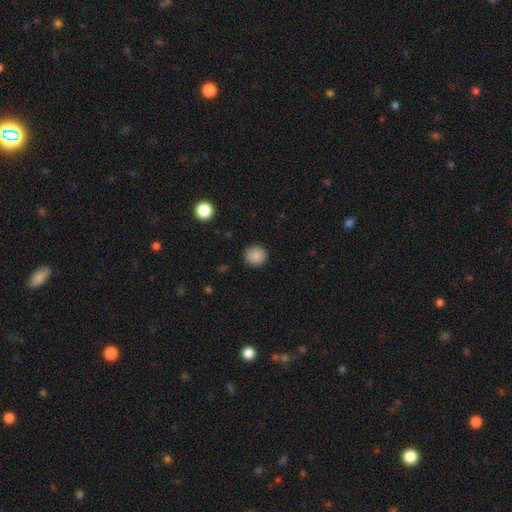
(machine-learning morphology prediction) smooth_or_featured: smooth (p=0.87) [alt: star or artifact p=0.09]
how_rounded: round (p=0.92) [alt: in between p=0.08]
merging: none (p=0.89) [alt: minor disturbance p=0.07]